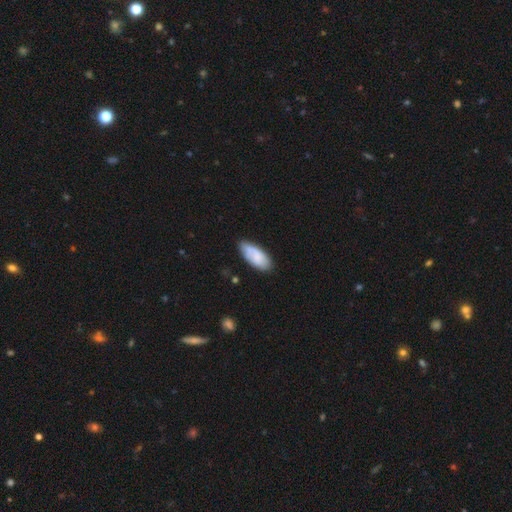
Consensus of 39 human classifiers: A smooth galaxy with no disk features (74%) that is in between round and cigar-shaped (93%).

Vote fractions:
- Smooth or featured? smooth: 74% / featured or disk: 23% / star or artifact: 3%
- How rounded? in between: 93% / round: 3% / cigar-shaped: 3%
- Merging? none: 61% / minor disturbance: 32% / major disturbance: 5% / merger: 3%